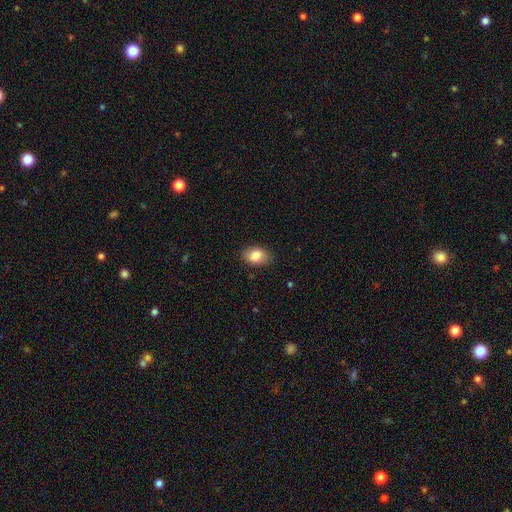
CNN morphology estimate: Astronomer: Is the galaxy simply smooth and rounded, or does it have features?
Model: smooth — 84%.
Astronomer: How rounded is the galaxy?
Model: in between — 79%.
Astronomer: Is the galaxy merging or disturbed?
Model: none — 84%.